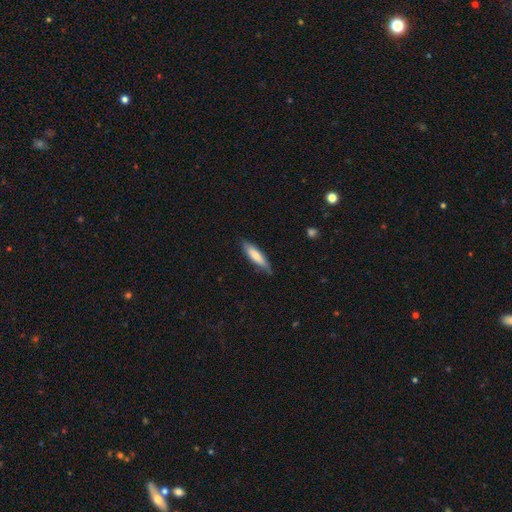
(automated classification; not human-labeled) A smooth galaxy with no disk features (77%) that is cigar-shaped (72%).

Vote fractions:
- Smooth or featured? smooth: 77% / featured or disk: 18% / star or artifact: 5%
- How rounded? cigar-shaped: 72% / in between: 26% / round: 1%
- Merging? none: 80% / minor disturbance: 17% / major disturbance: 3% / merger: 1%